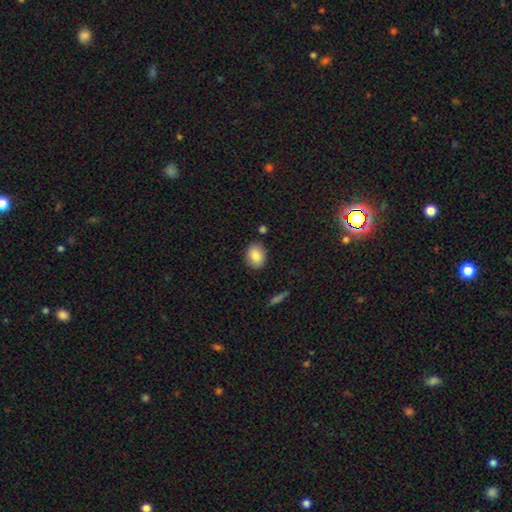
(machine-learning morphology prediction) Overall: smooth (86%). How rounded: in between (67%; round 31%). Merging: none (83%).